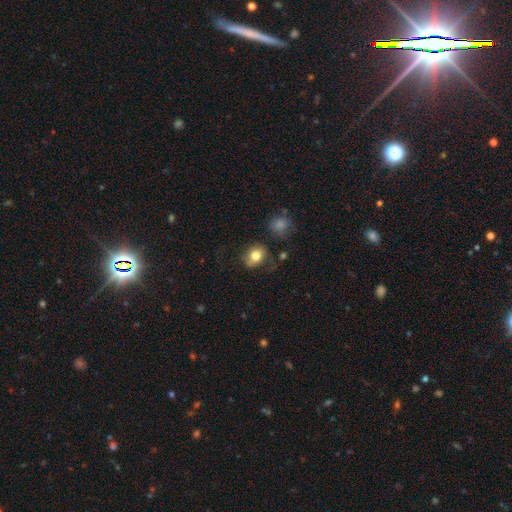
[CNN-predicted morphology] smooth_or_featured: smooth (p=0.79) [alt: featured or disk p=0.12]
how_rounded: in between (p=0.54) [alt: round p=0.45]
merging: none (p=0.63) [alt: minor disturbance p=0.24]